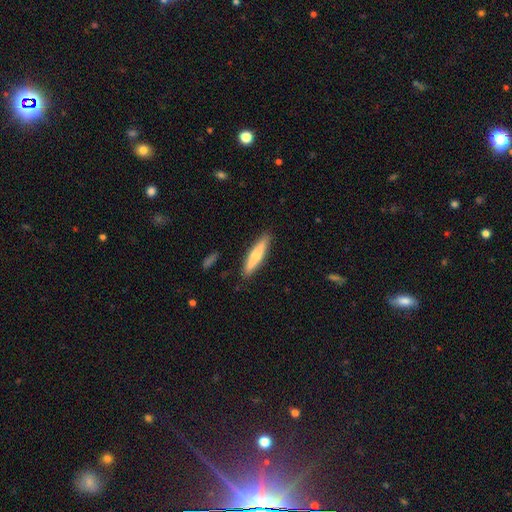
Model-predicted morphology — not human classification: A smooth galaxy with no disk features (64%) that is cigar-shaped (86%). Merging: none (89%).